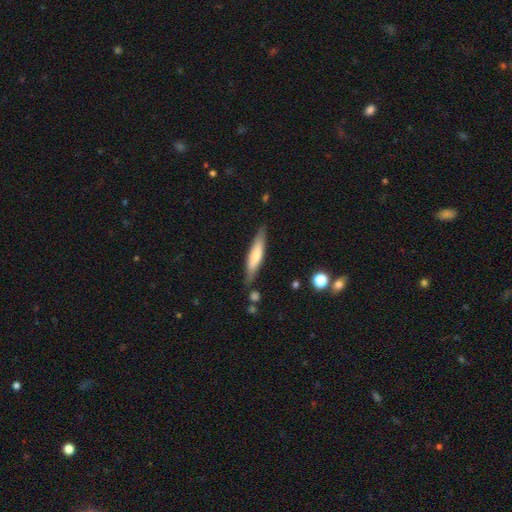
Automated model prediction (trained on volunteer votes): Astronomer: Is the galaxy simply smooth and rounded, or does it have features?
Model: smooth — 64%.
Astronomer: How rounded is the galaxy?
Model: cigar-shaped — 83%.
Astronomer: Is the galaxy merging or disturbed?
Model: none — 80%.